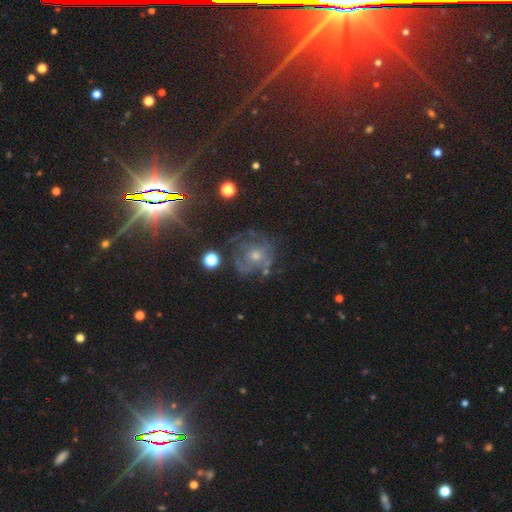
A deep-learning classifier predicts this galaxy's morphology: Smooth or featured? Predicted: featured or disk (p=0.48). Merging? Predicted: none (p=0.65).